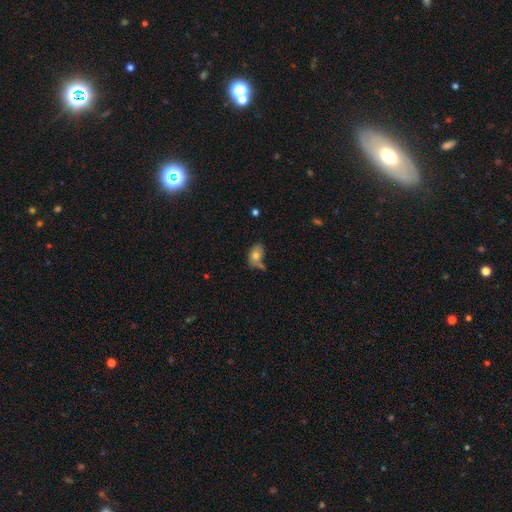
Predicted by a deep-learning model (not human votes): A smooth galaxy with no disk features (74%) that is in between round and cigar-shaped (86%). Merging: none (45%).